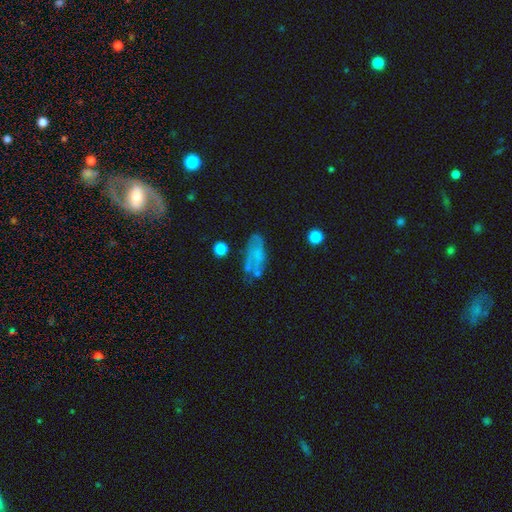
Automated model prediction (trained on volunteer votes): smooth_or_featured: featured or disk (p=0.47) [alt: smooth p=0.40]
merging: none (p=0.48) [alt: minor disturbance p=0.26]